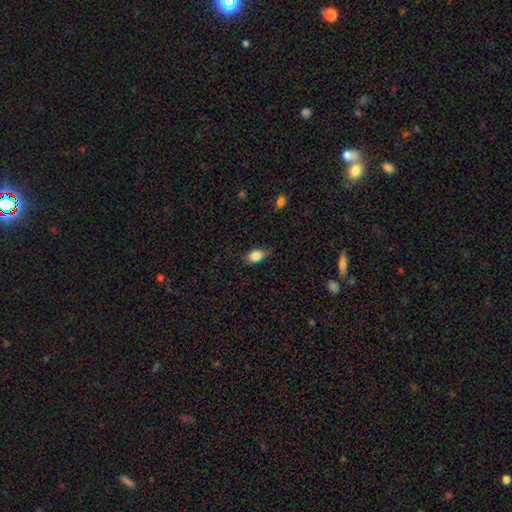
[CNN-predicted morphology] type=smooth (86%); roundness=in between (88%); merging=none (79%).